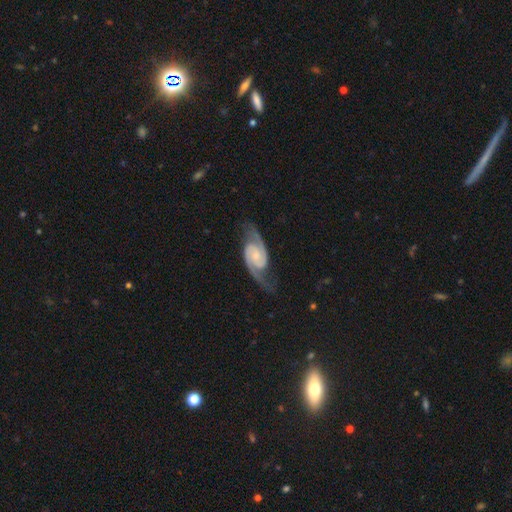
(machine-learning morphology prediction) Smooth or featured? featured or disk (92%)
Edge-on disk? no (97%)
Bar? no (53%)
Spiral arms? yes (98%)
Spiral winding? medium (55%)
Spiral arm count? 2 (94%)
Bulge size? small (56%)
Merging? none (77%)